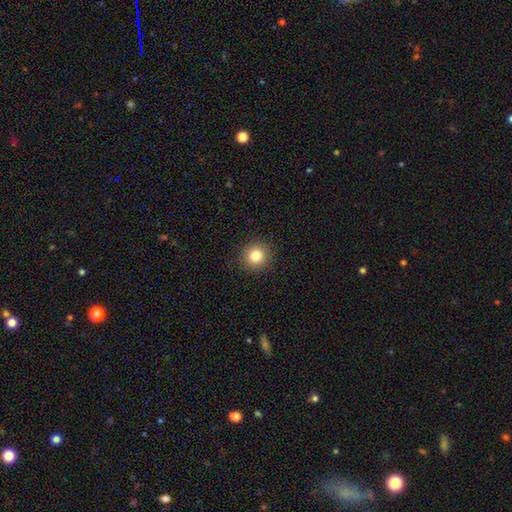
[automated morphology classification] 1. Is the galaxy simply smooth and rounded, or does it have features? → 82% smooth, 12% star or artifact, 7% featured or disk.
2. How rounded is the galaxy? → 93% round, 7% in between, 1% cigar-shaped.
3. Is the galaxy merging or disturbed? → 91% none, 6% minor disturbance, 2% major disturbance, 1% merger.